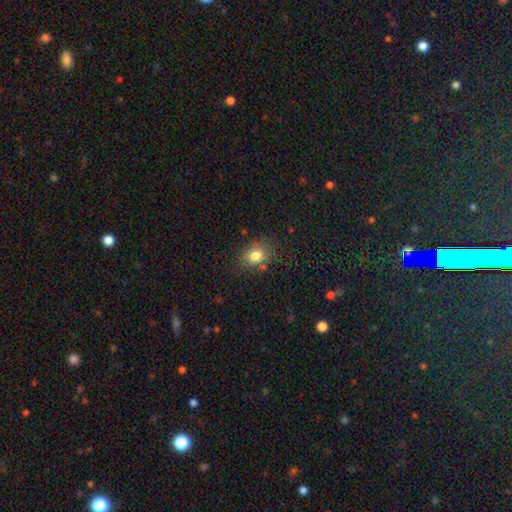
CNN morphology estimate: smooth_or_featured: smooth (p=0.80) [alt: star or artifact p=0.11]
how_rounded: round (p=0.54) [alt: in between p=0.45]
merging: none (p=0.75) [alt: minor disturbance p=0.15]